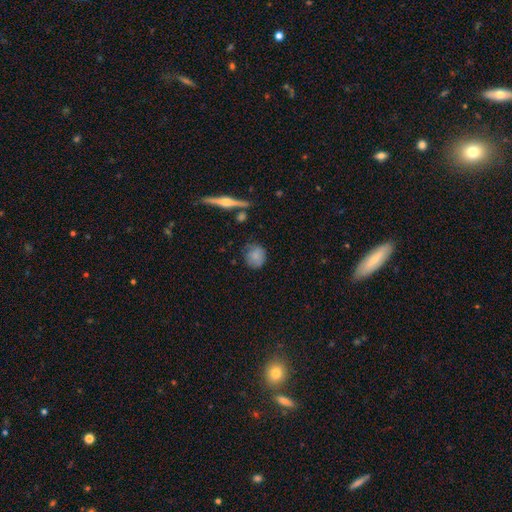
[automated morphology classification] smooth 74%, featured or disk 18%, star or artifact 8%. Down the decision tree: how rounded — round (80%); merging — none (70%).